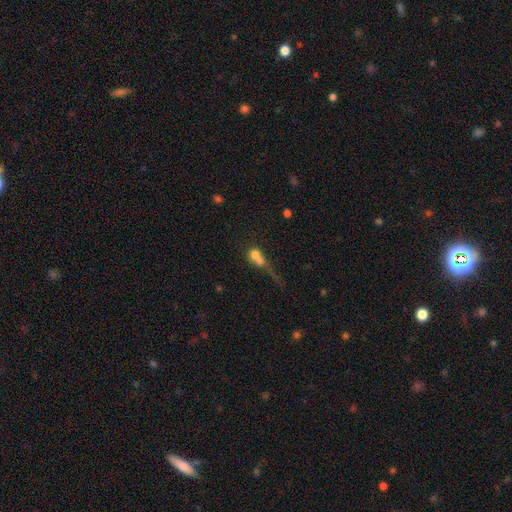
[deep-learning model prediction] Overall: smooth (65%). How rounded: round (57%; in between 35%). Merging: merger (63%).